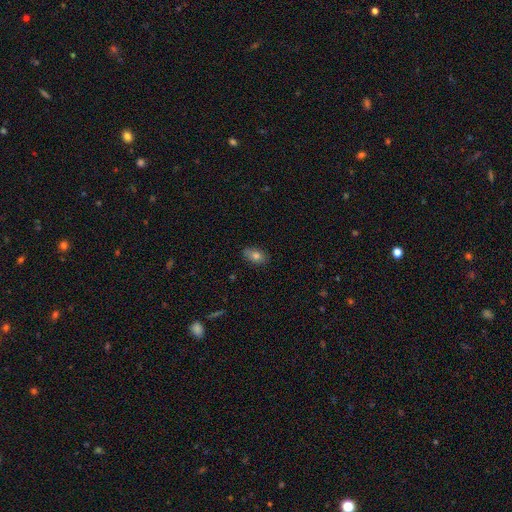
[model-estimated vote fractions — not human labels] smooth_or_featured: smooth (p=0.79) [alt: featured or disk p=0.13]
how_rounded: in between (p=0.87) [alt: round p=0.11]
merging: none (p=0.82) [alt: minor disturbance p=0.14]